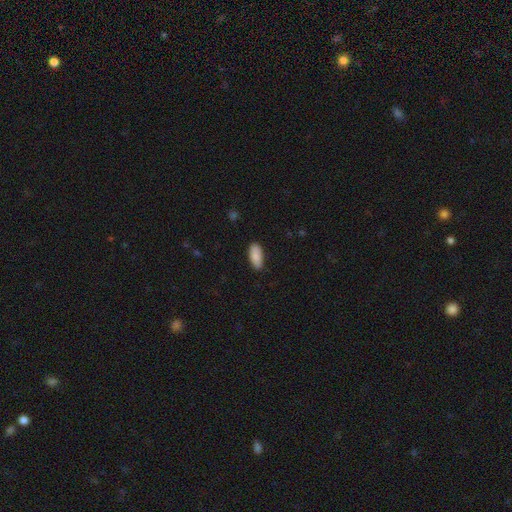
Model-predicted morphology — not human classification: smooth_or_featured: smooth (p=0.88) [alt: featured or disk p=0.06]
how_rounded: in between (p=0.87) [alt: cigar-shaped p=0.12]
merging: none (p=0.86) [alt: minor disturbance p=0.11]